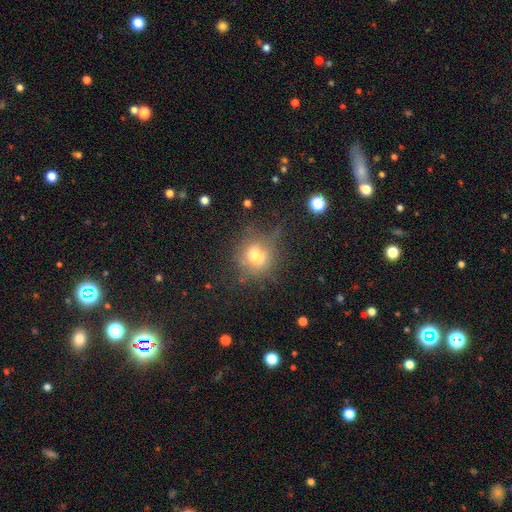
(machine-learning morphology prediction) Smooth or featured? Predicted: smooth (p=0.58). How rounded? Predicted: round (p=0.76). Merging? Predicted: none (p=0.60).